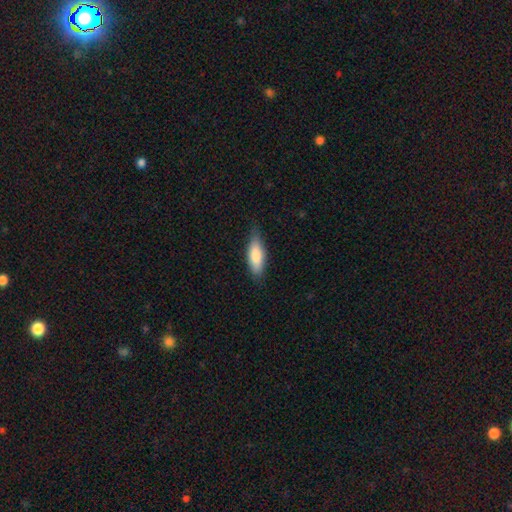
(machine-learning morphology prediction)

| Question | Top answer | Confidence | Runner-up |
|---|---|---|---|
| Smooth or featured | smooth | 78% | featured or disk (16%) |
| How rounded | in between | 64% | cigar-shaped (34%) |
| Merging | none | 75% | minor disturbance (21%) |